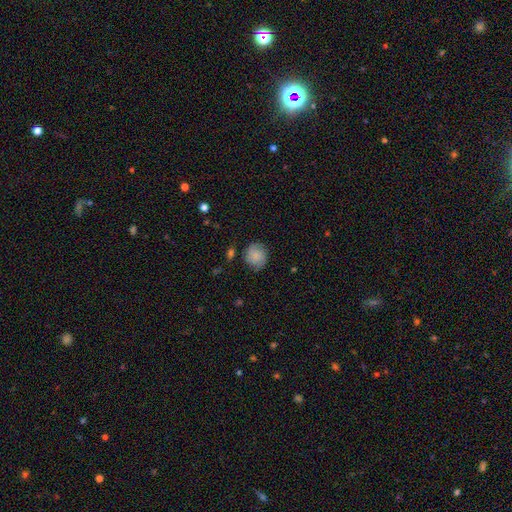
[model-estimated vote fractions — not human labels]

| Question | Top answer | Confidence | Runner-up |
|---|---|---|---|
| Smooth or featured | smooth | 79% | featured or disk (13%) |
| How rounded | round | 84% | in between (15%) |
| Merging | none | 75% | minor disturbance (18%) |